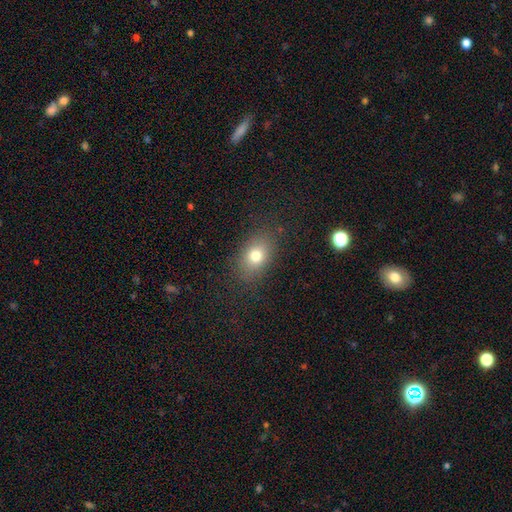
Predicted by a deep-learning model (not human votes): This appears to be a smooth galaxy with no disk features (76%) that is in between round and cigar-shaped (73%). Merging: none (83%).